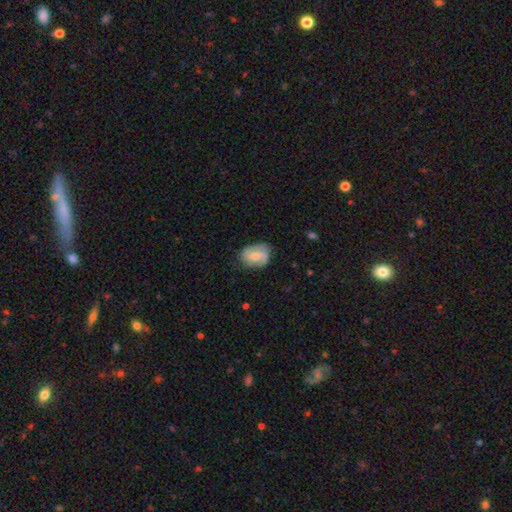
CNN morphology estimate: A featured or disk galaxy (66%) with a weak bar (48%), 2 (83%) medium (46%) spiral arms (93%) and a moderate central bulge (43%). Merging: none (73%).